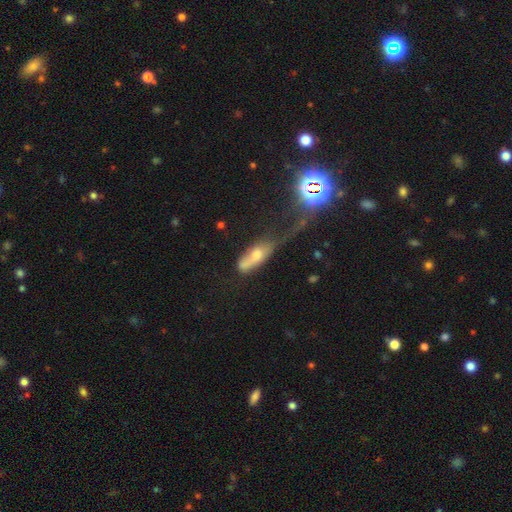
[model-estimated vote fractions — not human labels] Smooth or featured: smooth — 53% (featured or disk — 35%)
How rounded: in between — 62% (cigar-shaped — 34%)
Merging: major disturbance — 37% (minor disturbance — 22%)